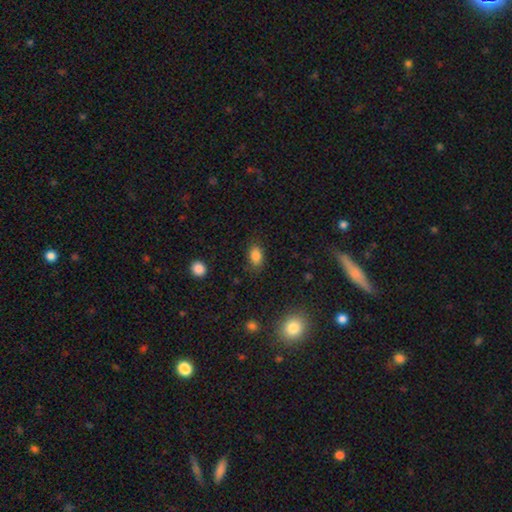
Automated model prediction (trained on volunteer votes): Overall: smooth (84%). How rounded: in between (85%). Merging: none (79%).